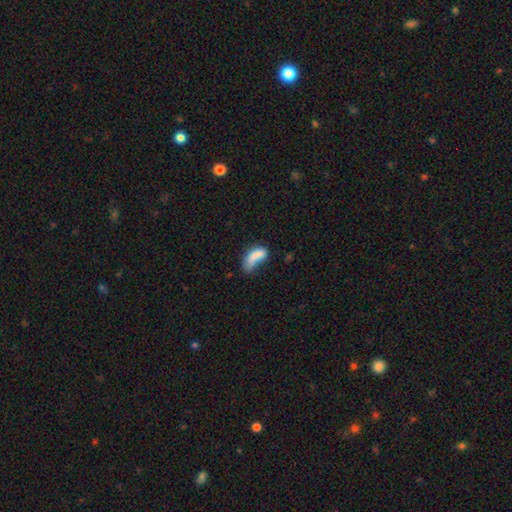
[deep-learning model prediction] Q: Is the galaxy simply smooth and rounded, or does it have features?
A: smooth — 76%.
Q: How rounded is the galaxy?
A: in between — 80%.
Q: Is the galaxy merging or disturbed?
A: major disturbance — 33%.